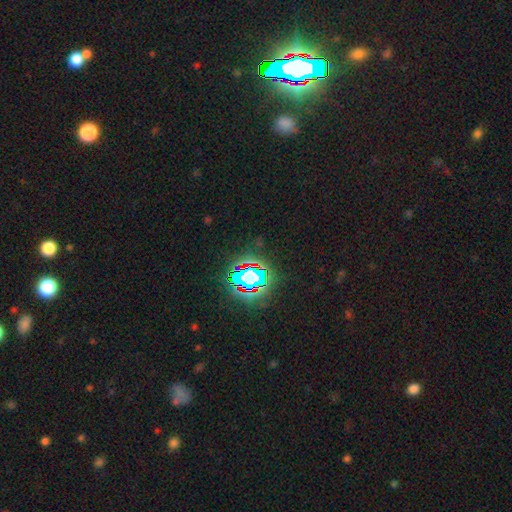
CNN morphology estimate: Q: Smooth or featured?
A: star or artifact (82%); runner-up: smooth (11%)